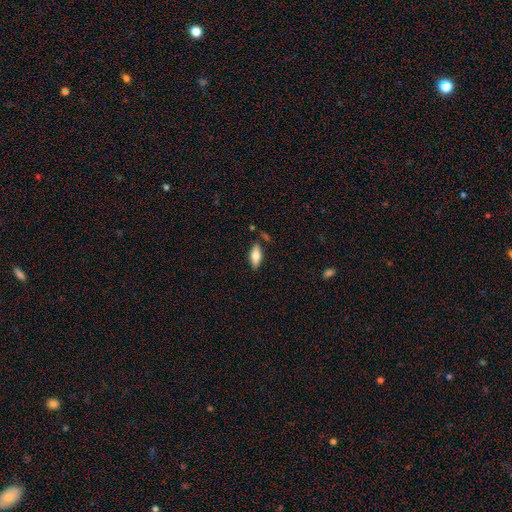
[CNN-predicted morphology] Smooth or featured: smooth — 70% (featured or disk — 23%)
How rounded: in between — 77% (cigar-shaped — 20%)
Merging: none — 80% (minor disturbance — 13%)